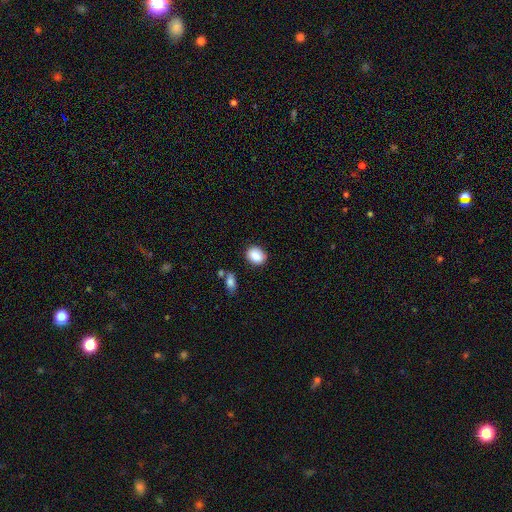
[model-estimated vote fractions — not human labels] smooth-or-featured: smooth: 87% | star or artifact: 8% | featured or disk: 5%
  how-rounded: round: 50% | in between: 49% | cigar-shaped: 1%
  merging: none: 84% | minor disturbance: 10% | merger: 3% | major disturbance: 3%